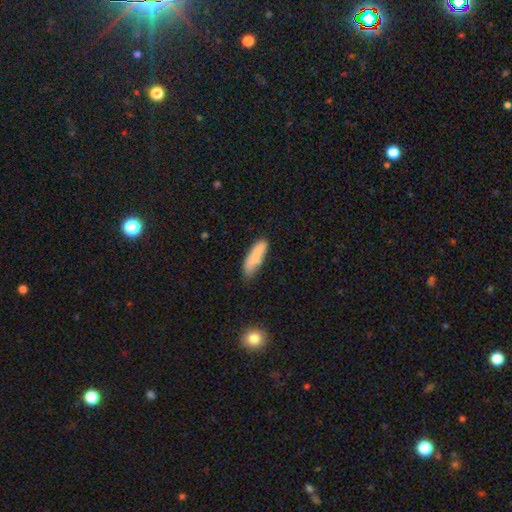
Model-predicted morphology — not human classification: Overall: smooth (78%). How rounded: in between (53%; cigar-shaped 45%). Merging: none (60%; minor disturbance 30%).